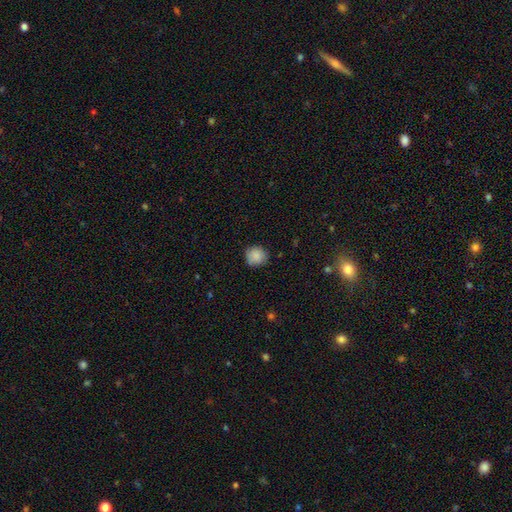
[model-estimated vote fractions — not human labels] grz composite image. It shows a smooth galaxy with no disk features (86%) that is round (87%). Merging: none (81%).